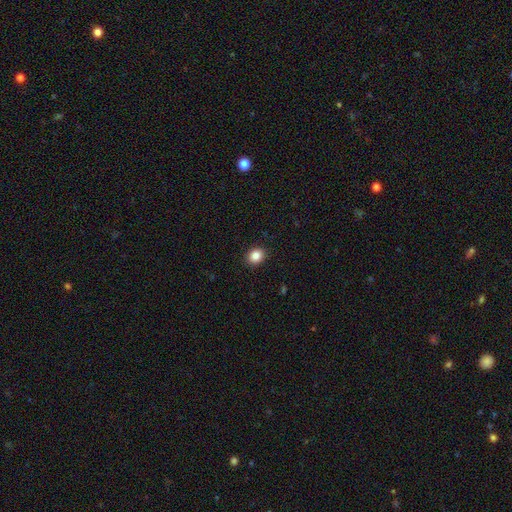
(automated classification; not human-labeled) A smooth galaxy with no disk features (85%) that is round (66%). Merging: none (91%).